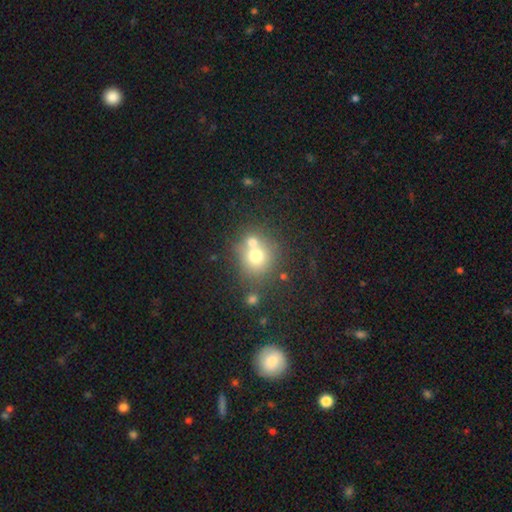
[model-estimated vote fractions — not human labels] Smooth or featured: smooth — 69% (featured or disk — 17%)
How rounded: round — 82% (in between — 17%)
Merging: none — 44% (tied with merger — 44%)